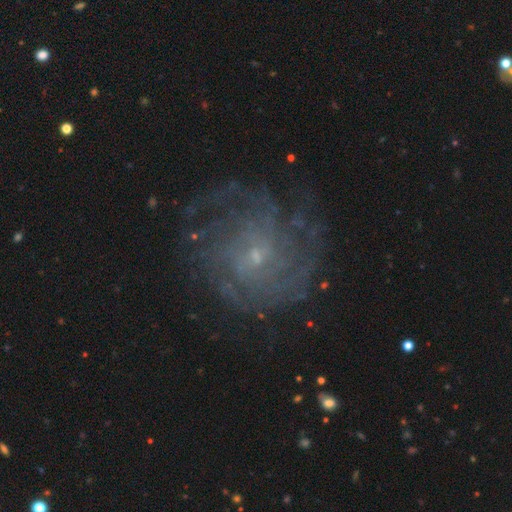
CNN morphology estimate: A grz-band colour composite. It shows a featured or disk galaxy (81%) with no bar (68%), tight (58%) spiral arms (92%) and a small central bulge (80%). Merging: none (73%).